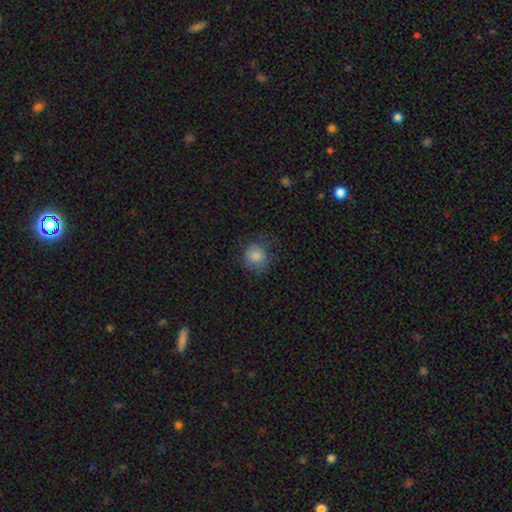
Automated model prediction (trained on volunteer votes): This appears to be a smooth galaxy with no disk features (81%) that is round (80%). Merging: none (70%).